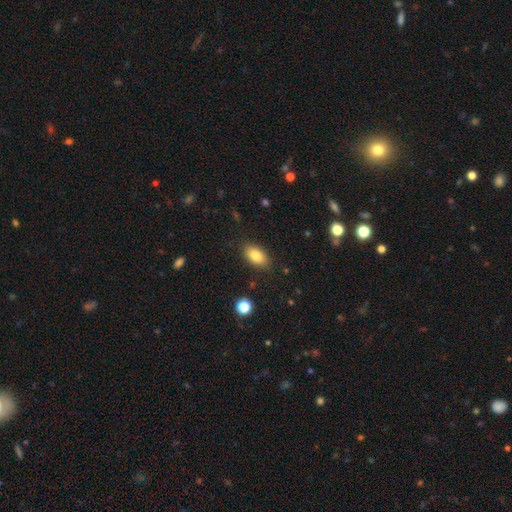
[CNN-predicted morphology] Overall: smooth (82%). How rounded: in between (91%). Merging: none (85%).